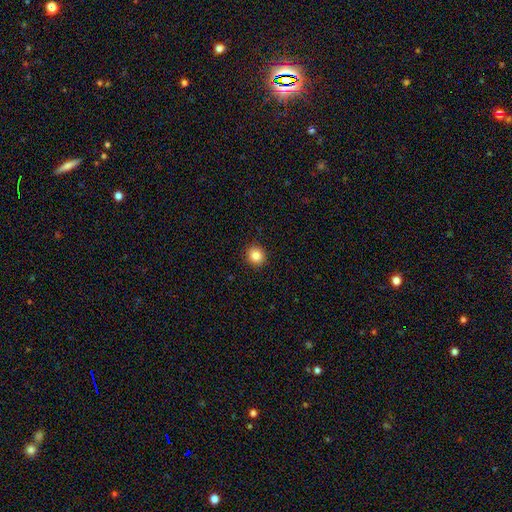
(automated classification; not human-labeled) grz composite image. It shows a smooth galaxy with no disk features (85%) that is round (91%). Merging: none (92%).